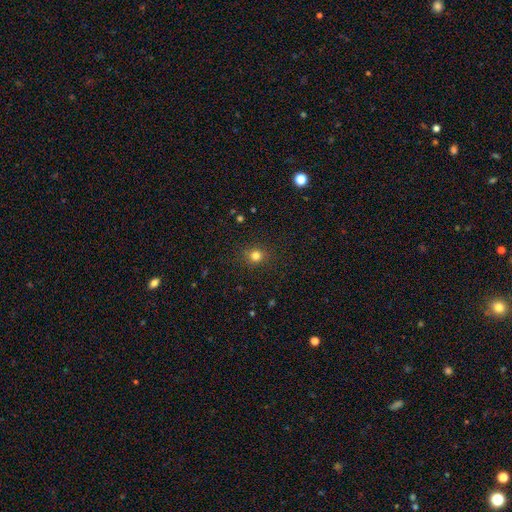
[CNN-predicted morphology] smooth 79%, star or artifact 15%, featured or disk 5%. Down the decision tree: how rounded — round (86%); merging — none (89%).